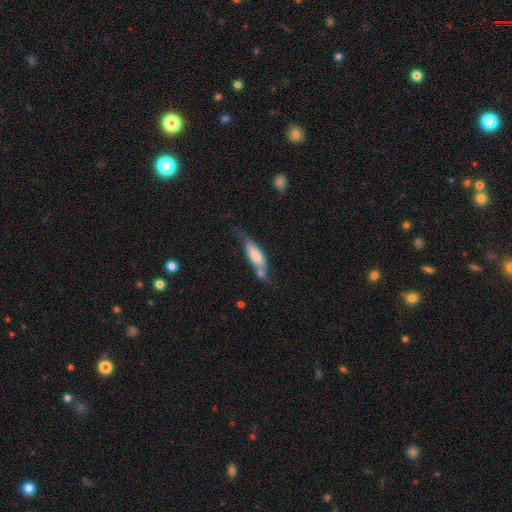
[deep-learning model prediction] smooth-or-featured: smooth: 69% | featured or disk: 25% | star or artifact: 6%
  how-rounded: in between: 49% (tied) | cigar-shaped: 49% (tied) | round: 2%
  merging: none: 37% | minor disturbance: 26% | merger: 24% | major disturbance: 13%